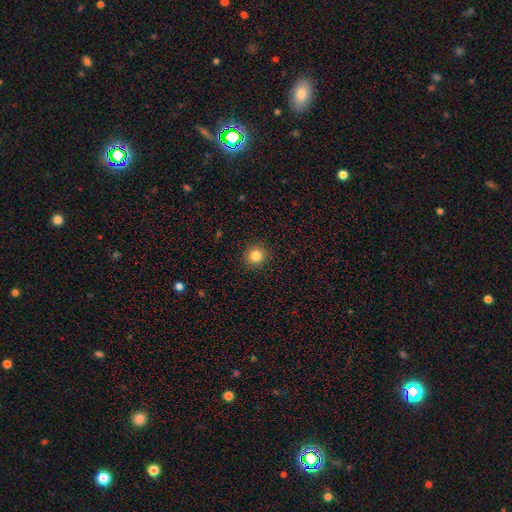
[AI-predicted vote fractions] Smooth or featured?
  - smooth: 85% *
  - star or artifact: 11%
  - featured or disk: 5%
How rounded?
  - round: 93% *
  - in between: 6%
  - cigar-shaped: 1%
Merging?
  - none: 91% *
  - minor disturbance: 6%
  - major disturbance: 2%
  - merger: 1%